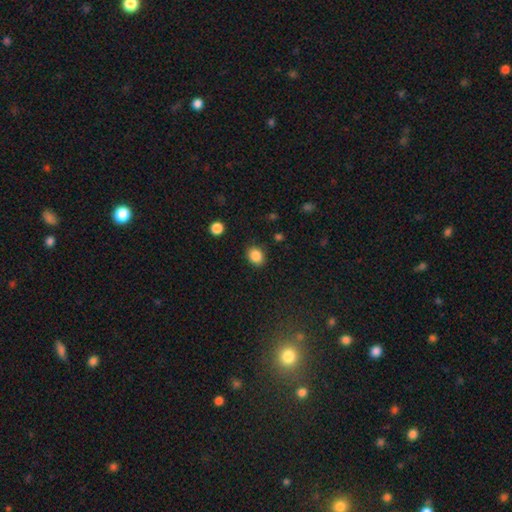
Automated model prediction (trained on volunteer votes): Smooth or featured? Predicted: smooth (p=0.86). How rounded? Predicted: round (p=0.53). Merging? Predicted: none (p=0.86).